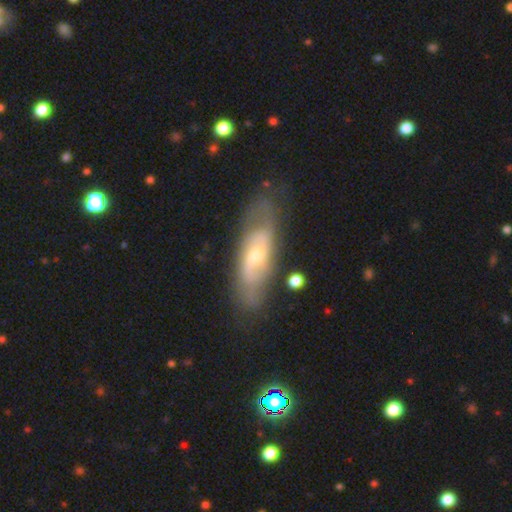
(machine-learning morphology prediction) smooth-or-featured: featured or disk: 67% | smooth: 26% | star or artifact: 6%
  disk-edge-on: no: 81% | yes: 19%
    bar: weak: 44% (tied) | no: 44% (tied) | strong: 13%
    has-spiral-arms: yes: 80% | no: 20%
    bulge-size: moderate: 48% | small: 45% | large: 4% | none: 2% | dominant: 1%
  merging: none: 72% | minor disturbance: 18% | major disturbance: 7% | merger: 3%